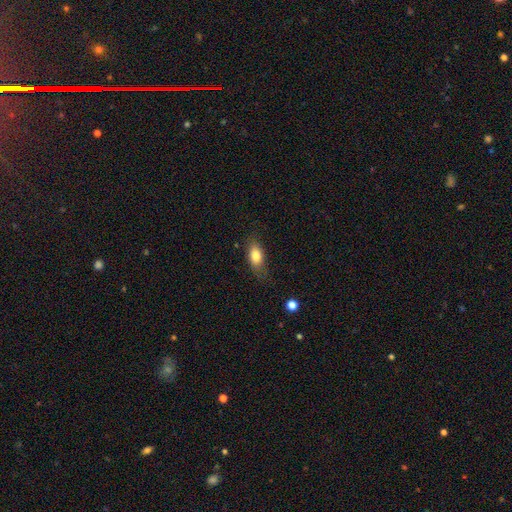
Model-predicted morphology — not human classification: Smooth or featured?
  - smooth: 80% *
  - featured or disk: 12%
  - star or artifact: 8%
How rounded?
  - in between: 83% *
  - cigar-shaped: 9%
  - round: 7%
Merging?
  - none: 73% *
  - minor disturbance: 20%
  - major disturbance: 5%
  - merger: 2%